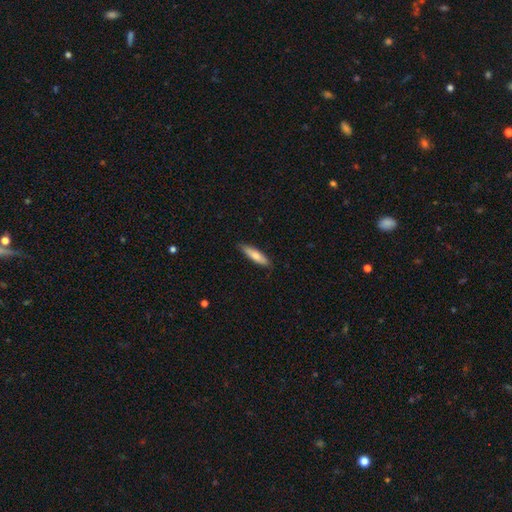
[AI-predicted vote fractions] smooth_or_featured: smooth (p=0.71) [alt: featured or disk p=0.23]
how_rounded: cigar-shaped (p=0.71) [alt: in between p=0.27]
merging: none (p=0.83) [alt: minor disturbance p=0.14]